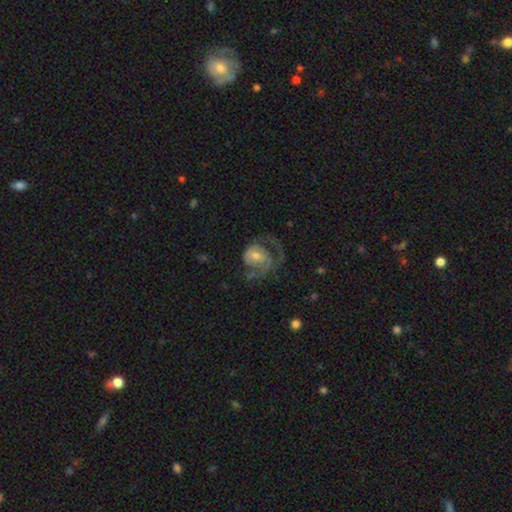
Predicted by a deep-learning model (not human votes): Q: Smooth or featured?
A: featured or disk (66%); runner-up: smooth (27%)
Q: Edge-on disk?
A: no (97%); runner-up: yes (3%)
Q: Bar?
A: no (61%); runner-up: weak (31%)
Q: Spiral arms?
A: yes (74%); runner-up: no (26%)
Q: Bulge size?
A: moderate (54%); runner-up: small (36%)
Q: Merging?
A: major disturbance (41%); runner-up: none (37%)